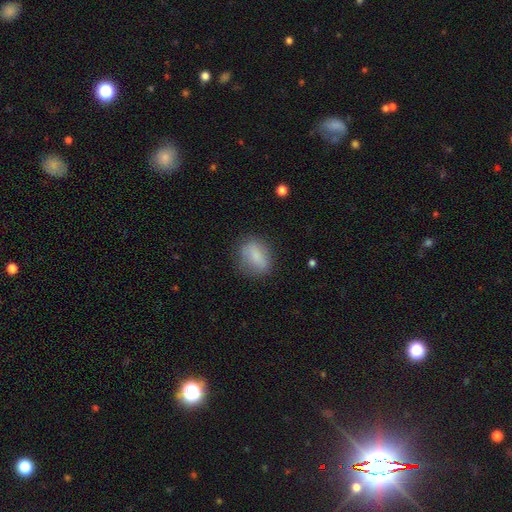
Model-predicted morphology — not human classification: Smooth or featured?
  - smooth: 76% *
  - featured or disk: 15%
  - star or artifact: 8%
How rounded?
  - in between: 60% *
  - round: 37%
  - cigar-shaped: 3%
Merging?
  - none: 71% *
  - minor disturbance: 20%
  - major disturbance: 7%
  - merger: 2%